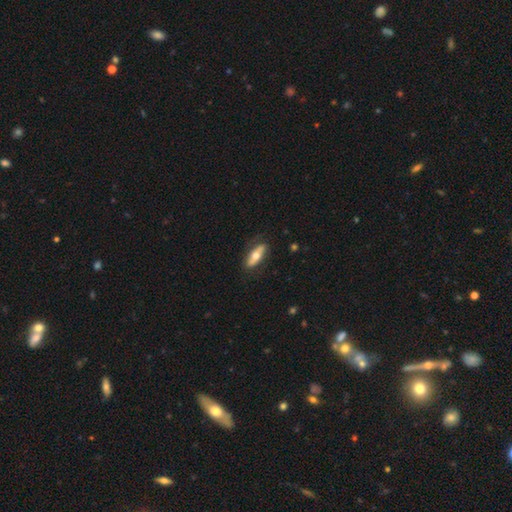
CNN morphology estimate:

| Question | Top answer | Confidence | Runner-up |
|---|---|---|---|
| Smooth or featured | smooth | 53% | featured or disk (42%) |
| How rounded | in between | 58% | cigar-shaped (39%) |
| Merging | none | 79% | minor disturbance (15%) |